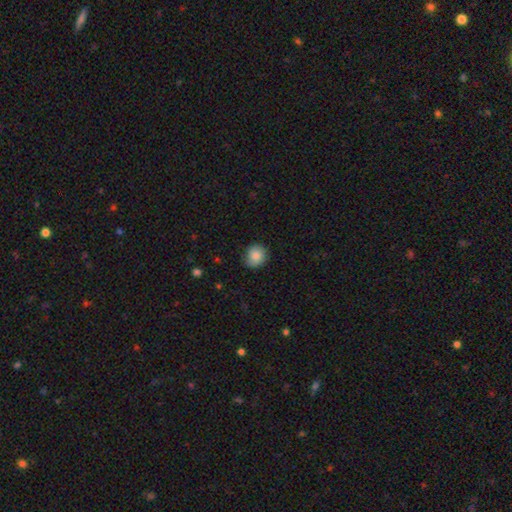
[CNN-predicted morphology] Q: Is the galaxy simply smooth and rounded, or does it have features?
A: smooth — 84%.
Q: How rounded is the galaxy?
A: round — 83%.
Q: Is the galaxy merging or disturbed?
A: none — 74%.